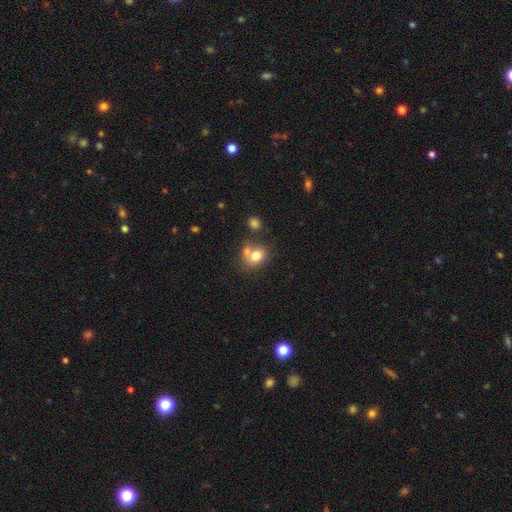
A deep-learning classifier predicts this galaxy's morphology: smooth 76%, featured or disk 13%, star or artifact 11%. Down the decision tree: how rounded — round (57%); merging — none (44%).